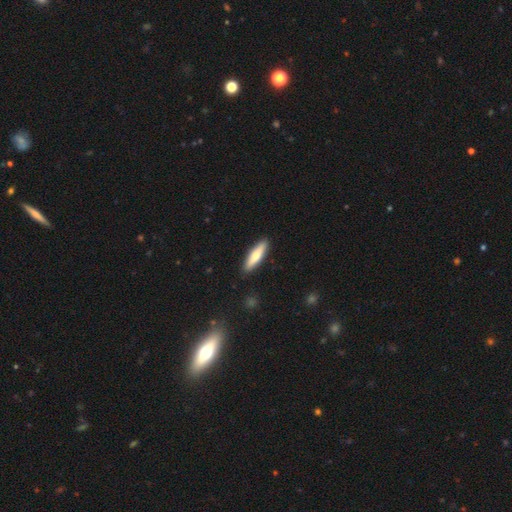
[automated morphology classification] A smooth galaxy with no disk features (67%) that is cigar-shaped (73%). Merging: none (90%).